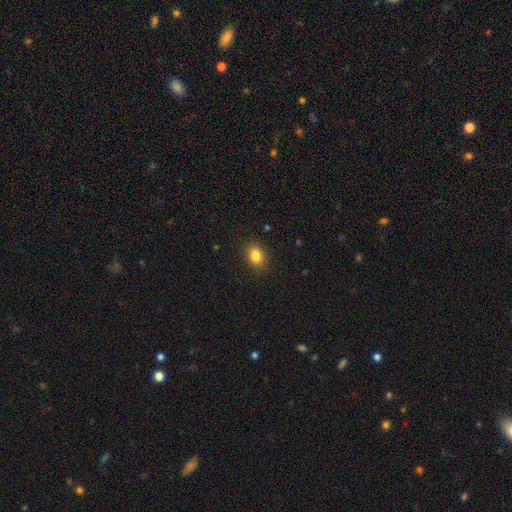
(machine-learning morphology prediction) A smooth galaxy with no disk features (85%) that is in between round and cigar-shaped (68%).

Vote fractions:
- Smooth or featured? smooth: 85% / star or artifact: 10% / featured or disk: 5%
- How rounded? in between: 68% / round: 31% / cigar-shaped: 1%
- Merging? none: 88% / minor disturbance: 9% / major disturbance: 2% / merger: 1%